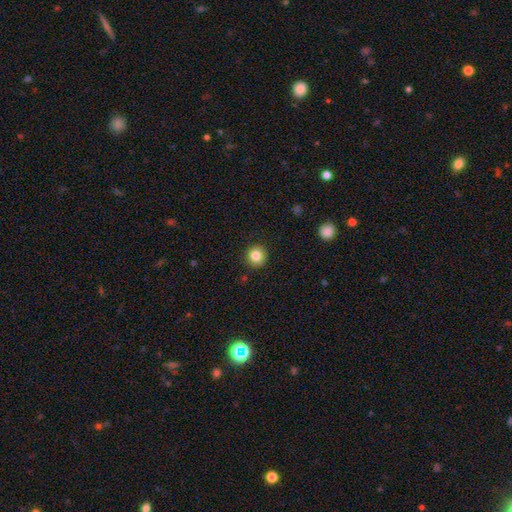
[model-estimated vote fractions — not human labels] Smooth or featured? smooth (84%)
How rounded? round (93%)
Merging? none (91%)